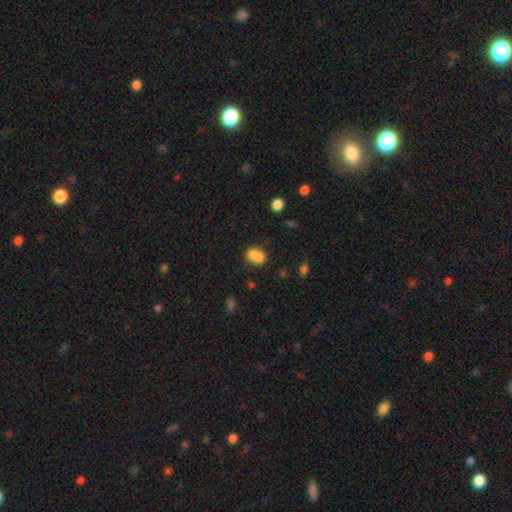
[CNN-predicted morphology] The model was most divided on "how rounded": round: 51%, in between: 47%, cigar-shaped: 1%. More confident: smooth or featured — smooth (72%); merging — merger (58%).